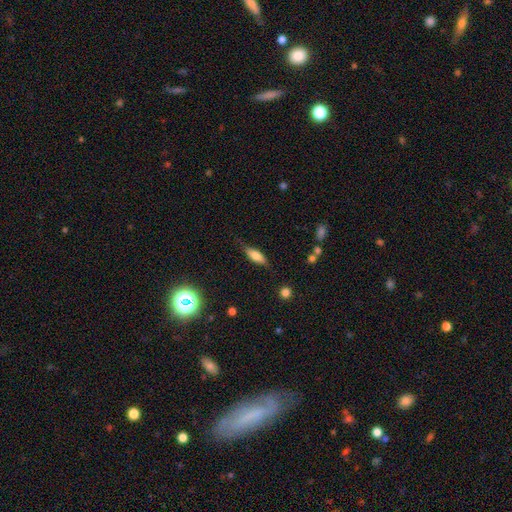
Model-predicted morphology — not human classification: Smooth or featured? Predicted: smooth (p=0.69). How rounded? Predicted: in between (p=0.67). Merging? Predicted: none (p=0.70).